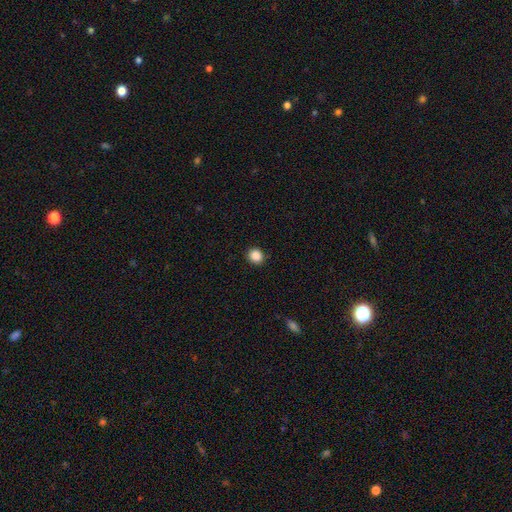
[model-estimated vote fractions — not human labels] smooth 87%, star or artifact 10%, featured or disk 3%. Down the decision tree: how rounded — round (87%); merging — none (91%).